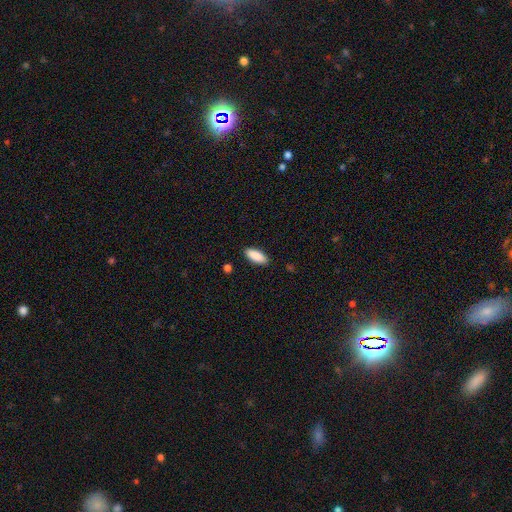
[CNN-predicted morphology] The model was most divided on "how rounded": in between: 80%, cigar-shaped: 18%, round: 2%. More confident: smooth or featured — smooth (90%); merging — none (88%).